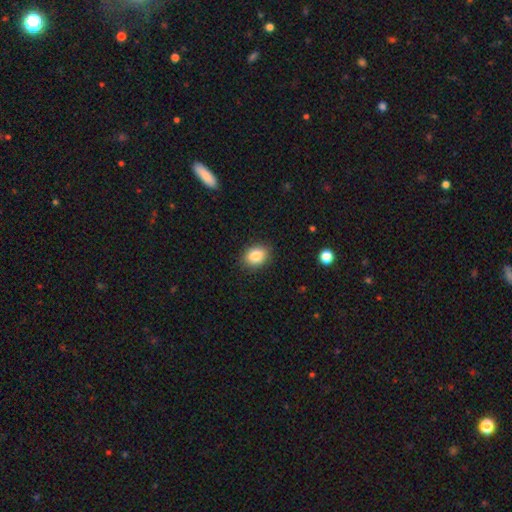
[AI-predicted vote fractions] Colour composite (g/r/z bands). It shows a smooth galaxy with no disk features (85%) that is in between round and cigar-shaped (64%). Merging: none (87%).